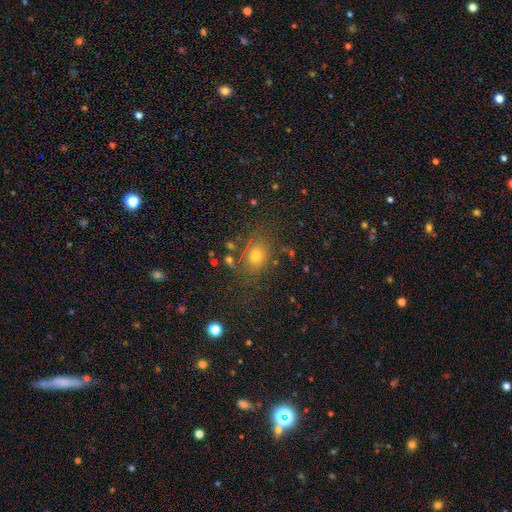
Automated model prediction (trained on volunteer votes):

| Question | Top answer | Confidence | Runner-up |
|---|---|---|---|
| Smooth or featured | smooth | 66% | star or artifact (21%) |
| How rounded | round | 54% | in between (44%) |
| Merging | none | 72% | minor disturbance (15%) |